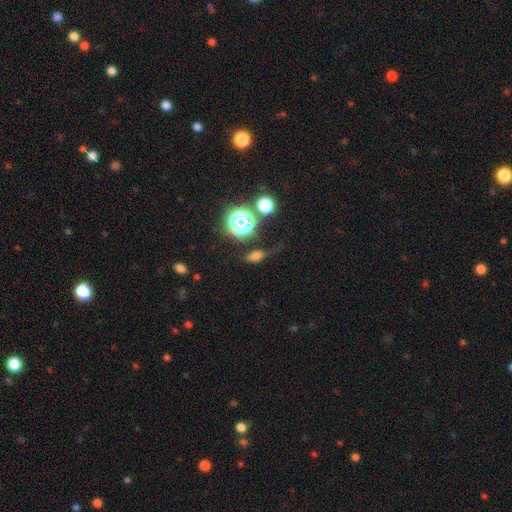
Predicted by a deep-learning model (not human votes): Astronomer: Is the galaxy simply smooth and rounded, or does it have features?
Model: smooth — 64%.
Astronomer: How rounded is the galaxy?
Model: in between — 62%.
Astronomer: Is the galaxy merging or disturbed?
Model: none — 57%.